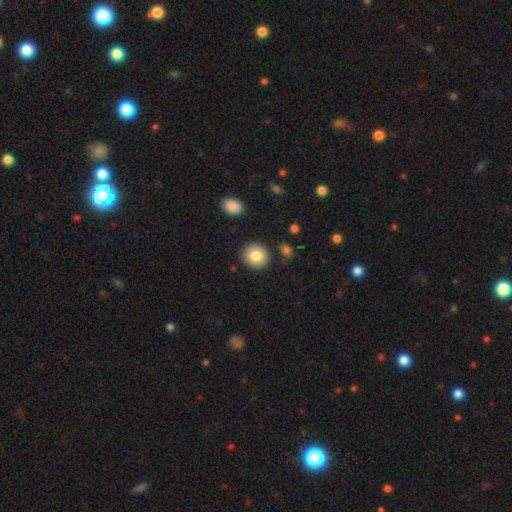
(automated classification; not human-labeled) smooth_or_featured: smooth (p=0.82) [alt: featured or disk p=0.10]
how_rounded: round (p=0.90) [alt: in between p=0.09]
merging: none (p=0.87) [alt: minor disturbance p=0.08]